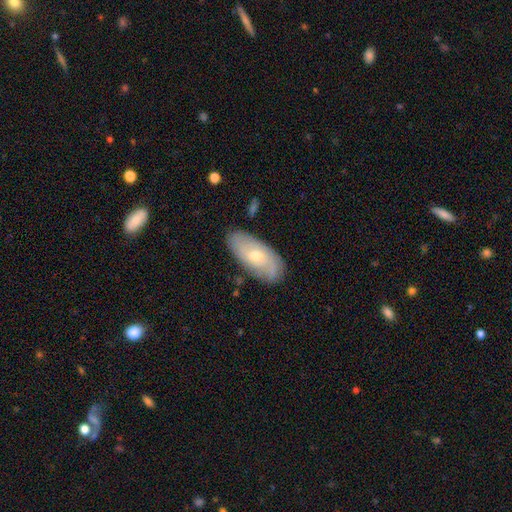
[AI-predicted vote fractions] This is possibly a featured or disk galaxy (58%). It is clearly not viewed edge-on (89%). Bar: likely no (62%). Spiral arm pattern: likely yes (79%). Central bulge: possibly moderate (56%). Merging: likely none (78%).